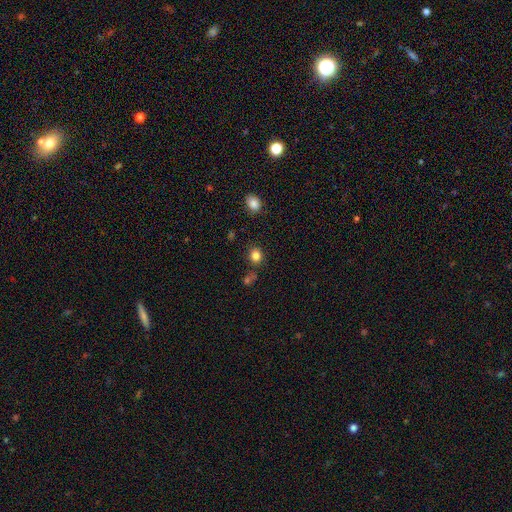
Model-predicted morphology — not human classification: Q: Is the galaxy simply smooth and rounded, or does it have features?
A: smooth — 83%.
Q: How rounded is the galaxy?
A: round — 71%.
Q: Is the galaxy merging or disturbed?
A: none — 79%.